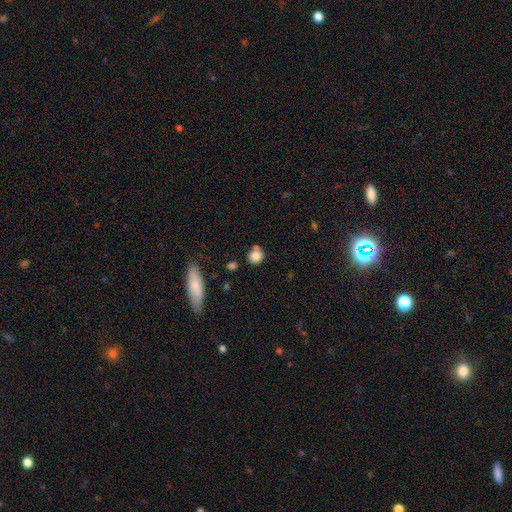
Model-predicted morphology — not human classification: Smooth or featured?
  - smooth: 83% *
  - star or artifact: 10%
  - featured or disk: 7%
How rounded?
  - round: 83% *
  - in between: 15%
  - cigar-shaped: 2%
Merging?
  - none: 67% *
  - minor disturbance: 16%
  - merger: 13%
  - major disturbance: 4%